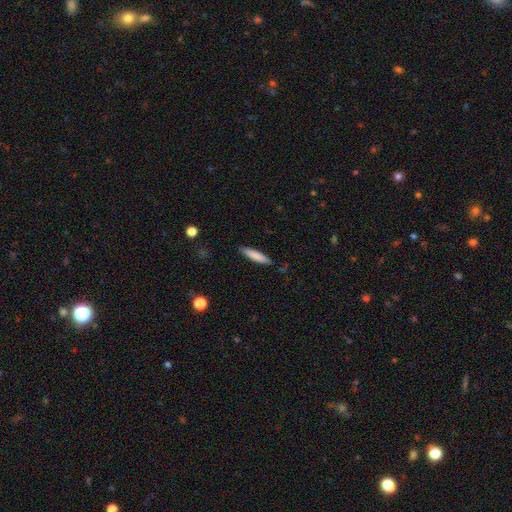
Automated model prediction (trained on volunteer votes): Q: Smooth or featured?
A: smooth (83%); runner-up: featured or disk (12%)
Q: How rounded?
A: cigar-shaped (83%); runner-up: in between (16%)
Q: Merging?
A: none (87%); runner-up: minor disturbance (10%)